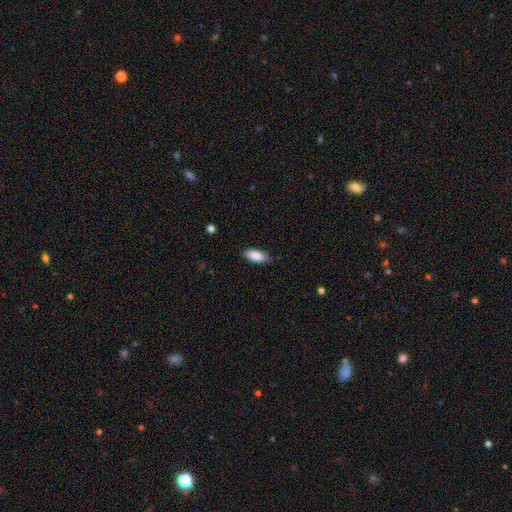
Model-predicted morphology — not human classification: Smooth or featured? Predicted: smooth (p=0.87). How rounded? Predicted: in between (p=0.85). Merging? Predicted: none (p=0.84).